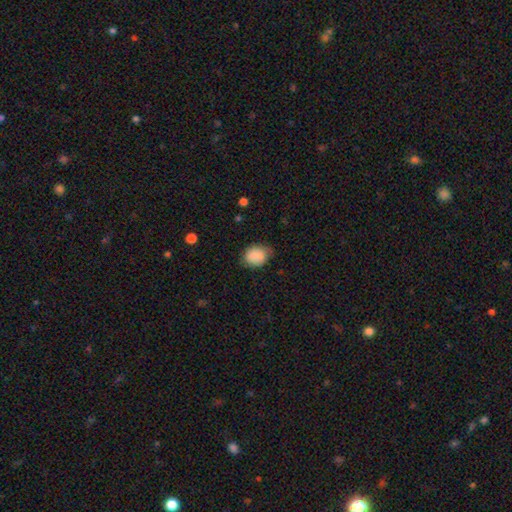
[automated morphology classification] Smooth or featured?
  - smooth: 86% *
  - star or artifact: 7%
  - featured or disk: 6%
How rounded?
  - round: 50% *
  - in between: 49%
  - cigar-shaped: 1%
Merging?
  - none: 68% *
  - minor disturbance: 25%
  - major disturbance: 5%
  - merger: 2%